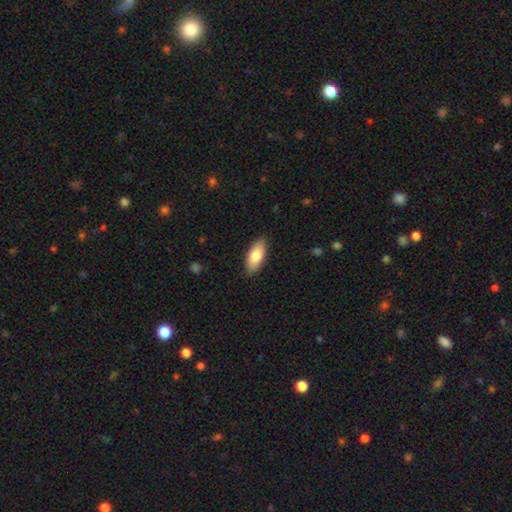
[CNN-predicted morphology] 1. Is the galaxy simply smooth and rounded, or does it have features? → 82% smooth, 12% featured or disk, 6% star or artifact.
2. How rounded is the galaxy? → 85% in between, 13% cigar-shaped, 2% round.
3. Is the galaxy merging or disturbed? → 88% none, 9% minor disturbance, 2% major disturbance, 1% merger.